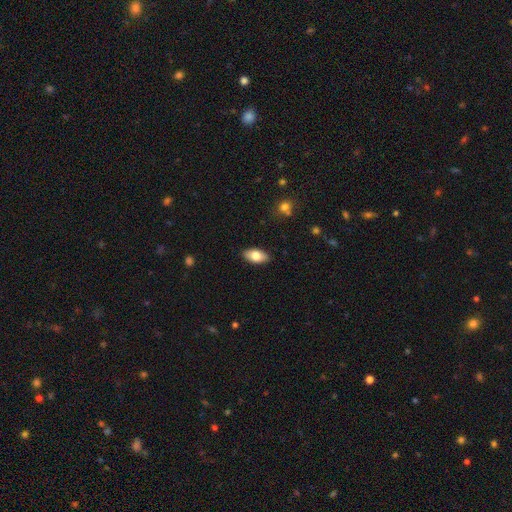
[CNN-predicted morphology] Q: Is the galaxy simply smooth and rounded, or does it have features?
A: smooth — 78%.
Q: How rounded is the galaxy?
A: in between — 92%.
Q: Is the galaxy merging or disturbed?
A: none — 88%.